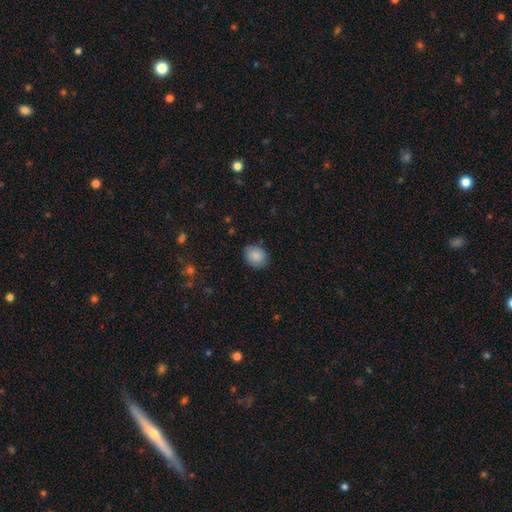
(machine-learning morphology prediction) Smooth or featured?
  - smooth: 88% *
  - star or artifact: 8%
  - featured or disk: 5%
How rounded?
  - round: 55% *
  - in between: 44%
  - cigar-shaped: 1%
Merging?
  - none: 86% *
  - minor disturbance: 11%
  - major disturbance: 3%
  - merger: 1%